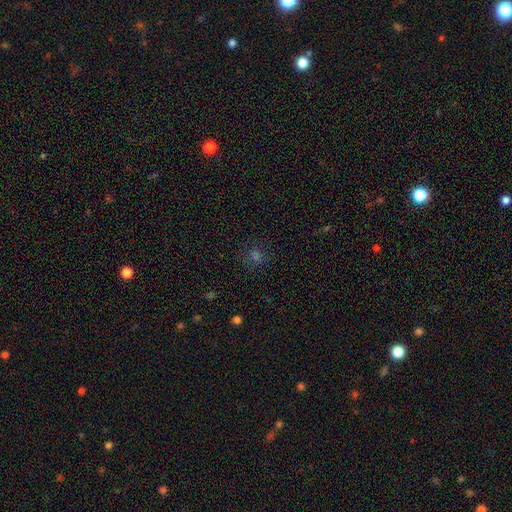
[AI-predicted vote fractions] Smooth or featured?
  - smooth: 55% *
  - star or artifact: 36%
  - featured or disk: 9%
How rounded?
  - round: 80% *
  - in between: 19%
  - cigar-shaped: 1%
Merging?
  - none: 82% *
  - minor disturbance: 11%
  - major disturbance: 5%
  - merger: 2%